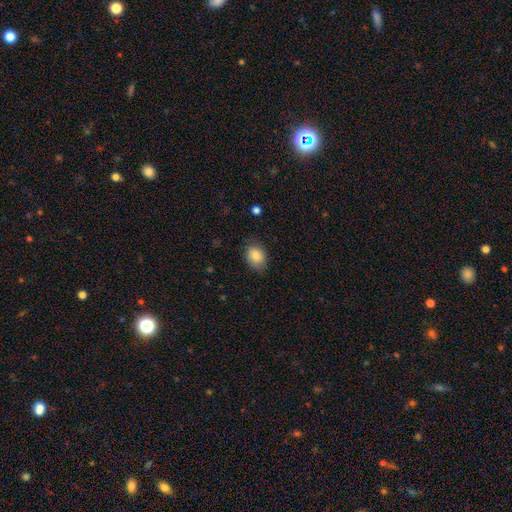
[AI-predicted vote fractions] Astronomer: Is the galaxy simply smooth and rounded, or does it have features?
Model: smooth — 85%.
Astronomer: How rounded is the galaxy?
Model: in between — 67%.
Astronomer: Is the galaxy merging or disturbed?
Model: none — 78%.